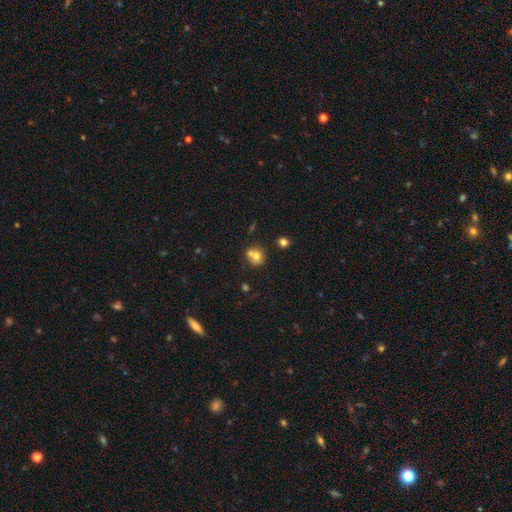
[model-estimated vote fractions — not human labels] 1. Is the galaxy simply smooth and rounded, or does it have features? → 70% smooth, 18% featured or disk, 12% star or artifact.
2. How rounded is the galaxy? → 73% round, 26% in between, 1% cigar-shaped.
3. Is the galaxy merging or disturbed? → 43% none, 41% merger, 12% minor disturbance, 4% major disturbance.